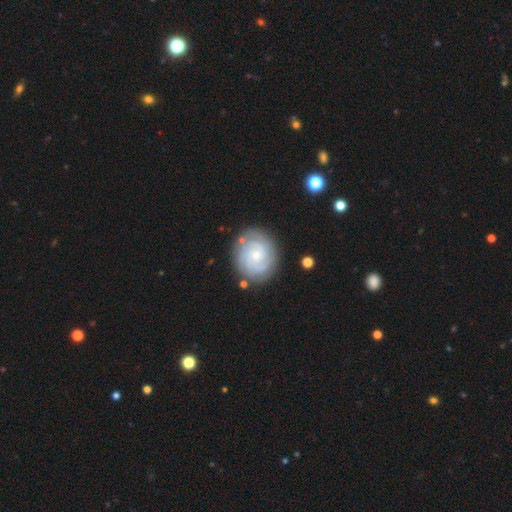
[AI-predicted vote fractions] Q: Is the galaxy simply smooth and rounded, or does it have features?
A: featured or disk — 82%.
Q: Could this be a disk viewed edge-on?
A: no — 98%.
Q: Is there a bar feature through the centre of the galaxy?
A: no — 74%.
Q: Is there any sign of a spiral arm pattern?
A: yes — 97%.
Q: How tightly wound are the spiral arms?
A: tight — 74%.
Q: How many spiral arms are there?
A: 3 — 29%.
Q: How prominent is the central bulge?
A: small — 73%.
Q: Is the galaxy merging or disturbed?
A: none — 81%.